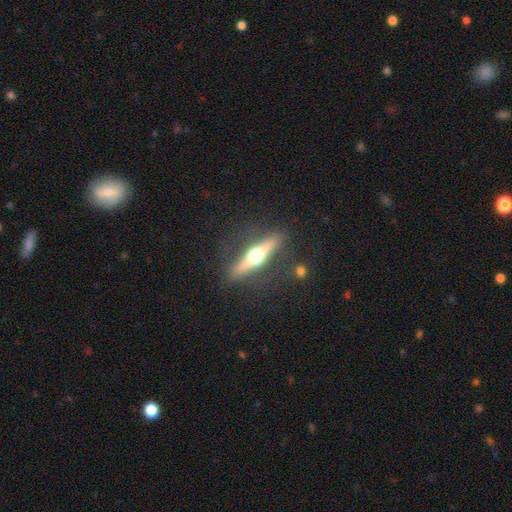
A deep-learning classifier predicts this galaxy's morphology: Q: Smooth or featured?
A: featured or disk (72%); runner-up: smooth (22%)
Q: Edge-on disk?
A: yes (96%); runner-up: no (4%)
Q: Edge-on bulge?
A: rounded (96%); runner-up: boxy (2%)
Q: Merging?
A: none (86%); runner-up: minor disturbance (9%)